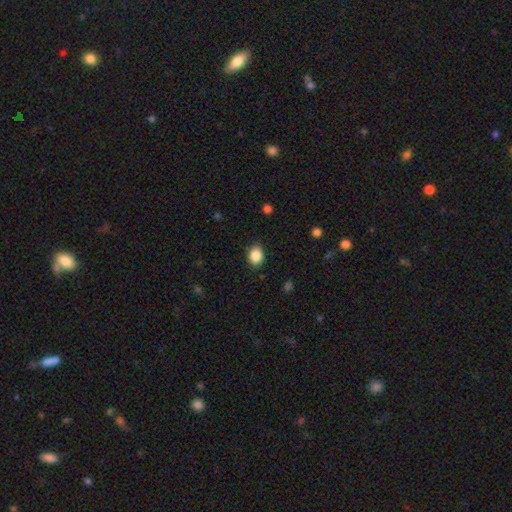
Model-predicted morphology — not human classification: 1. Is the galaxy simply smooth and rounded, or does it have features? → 88% smooth, 9% star or artifact, 4% featured or disk.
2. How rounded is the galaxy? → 58% in between, 41% round, 1% cigar-shaped.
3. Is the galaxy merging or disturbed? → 88% none, 9% minor disturbance, 2% major disturbance, 1% merger.